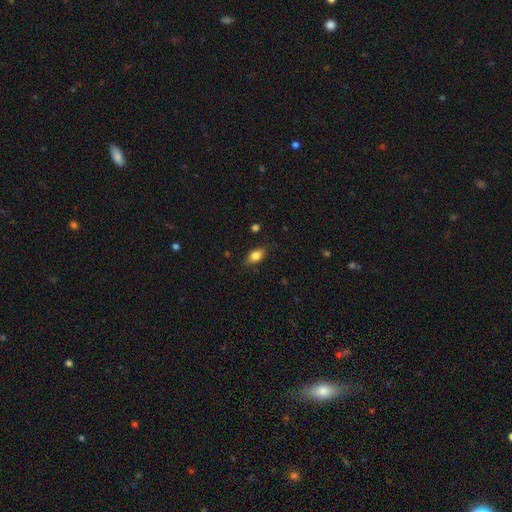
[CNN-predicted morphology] This is clearly a smooth galaxy (81%). How rounded: clearly in between (84%). Merging: likely none (80%).